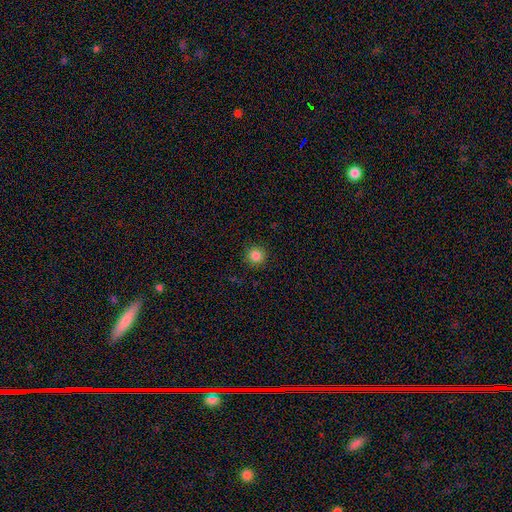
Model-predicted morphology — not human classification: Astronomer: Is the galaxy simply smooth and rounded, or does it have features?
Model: smooth — 85%.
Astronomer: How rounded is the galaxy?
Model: round — 94%.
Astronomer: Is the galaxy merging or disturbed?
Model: none — 91%.